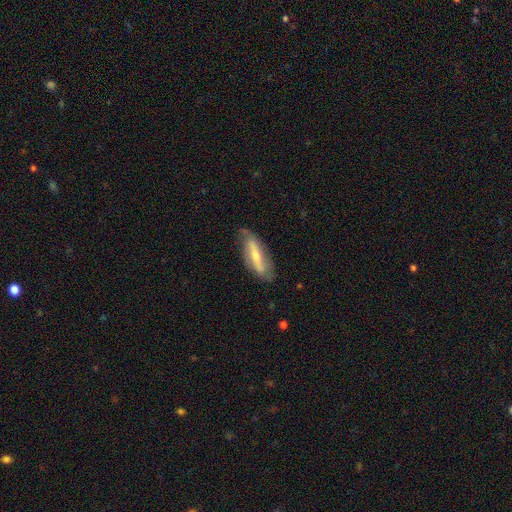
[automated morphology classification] Smooth or featured? Predicted: featured or disk (p=0.58). Edge-on disk? Predicted: no (p=0.65). Merging? Predicted: none (p=0.71).